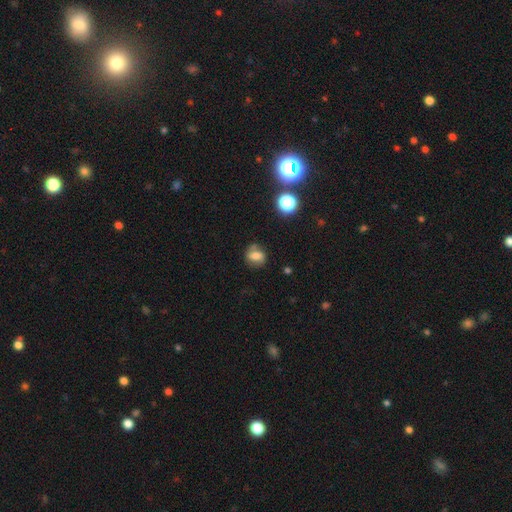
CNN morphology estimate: The model was most divided on "how rounded" (2-way tie): in between: 49%, round: 49%, cigar-shaped: 2%. More confident: merging — none (62%); smooth or featured — smooth (59%).